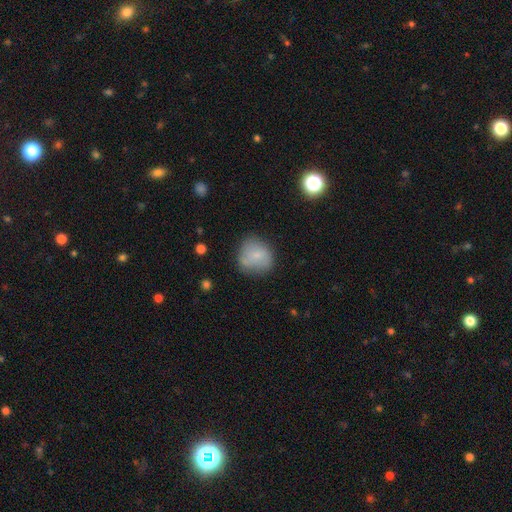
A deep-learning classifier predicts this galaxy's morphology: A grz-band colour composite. It shows a smooth galaxy with no disk features (75%) that is round (81%). Merging: none (64%).